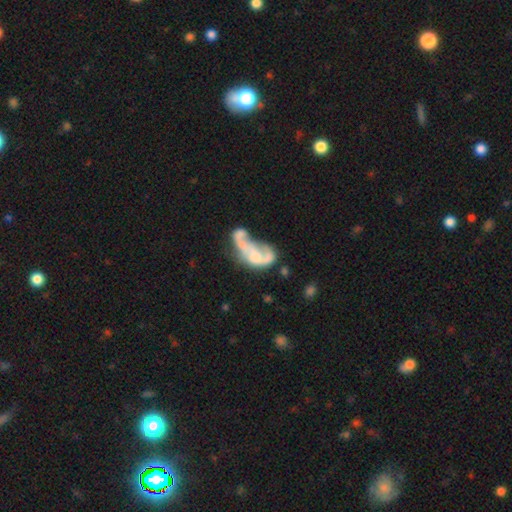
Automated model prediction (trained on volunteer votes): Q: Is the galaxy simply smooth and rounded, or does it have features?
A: featured or disk — 61%.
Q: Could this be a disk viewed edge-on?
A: no — 97%.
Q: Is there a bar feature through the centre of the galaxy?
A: no — 80%.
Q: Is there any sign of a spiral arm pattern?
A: no — 63%.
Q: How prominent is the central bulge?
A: none — 39%.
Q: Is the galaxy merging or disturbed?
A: merger — 45%.